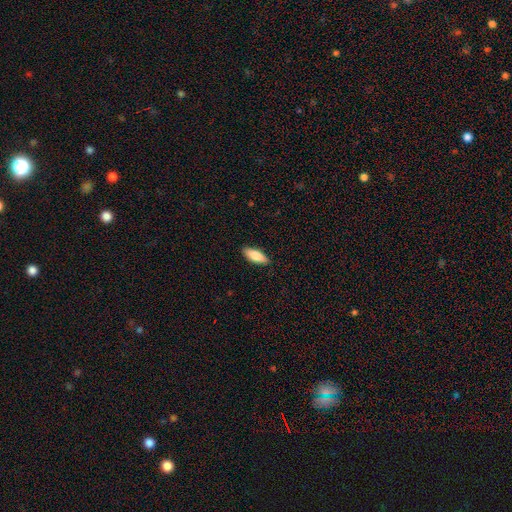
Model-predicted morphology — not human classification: Smooth or featured? Predicted: smooth (p=0.81). How rounded? Predicted: in between (p=0.76). Merging? Predicted: none (p=0.89).